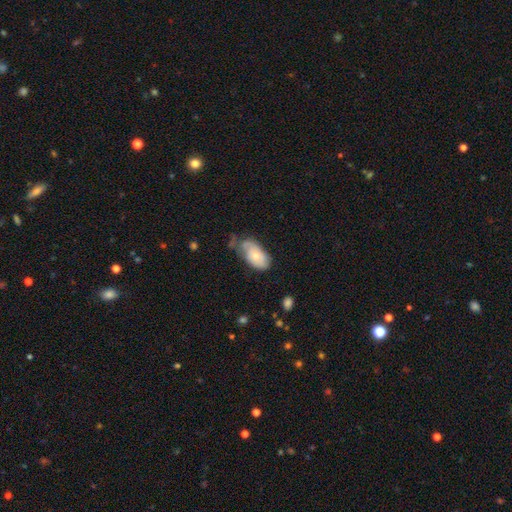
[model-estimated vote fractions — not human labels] The model was most divided on "merging": none: 40%, minor disturbance: 37%, major disturbance: 17%, merger: 6%. More confident: how rounded — in between (93%); smooth or featured — smooth (58%).